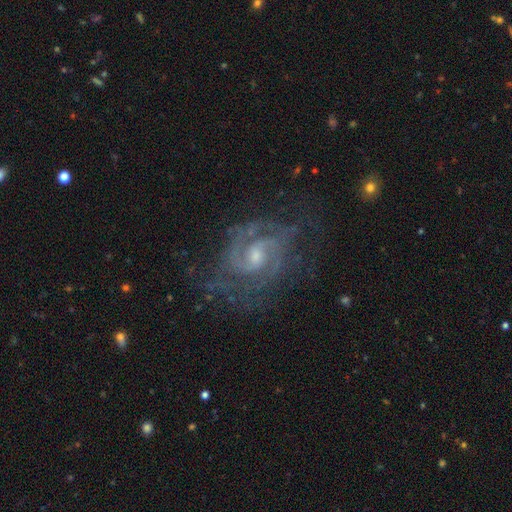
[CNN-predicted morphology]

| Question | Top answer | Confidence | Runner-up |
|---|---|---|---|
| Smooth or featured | featured or disk | 84% | star or artifact (10%) |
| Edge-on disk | no | 97% | yes (3%) |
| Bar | weak | 52% | no (36%) |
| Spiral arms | yes | 96% | no (4%) |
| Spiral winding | tight | 45% | tied: medium (45%) |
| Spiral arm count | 2 | 61% | can't tell (18%) |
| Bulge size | small | 46% | moderate (45%) |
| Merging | none | 71% | minor disturbance (17%) |